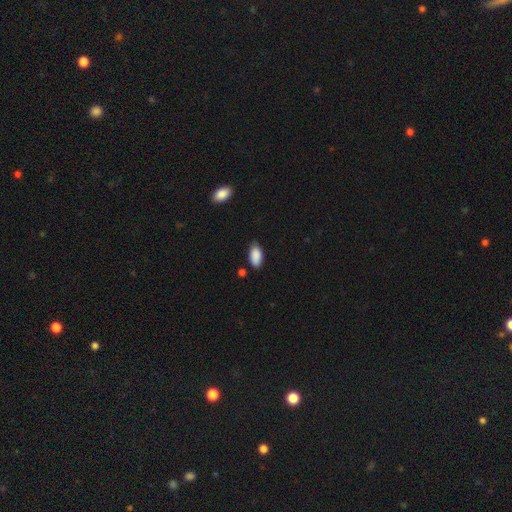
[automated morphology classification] A smooth galaxy with no disk features (90%) that is in between round and cigar-shaped (94%). Merging: none (79%).